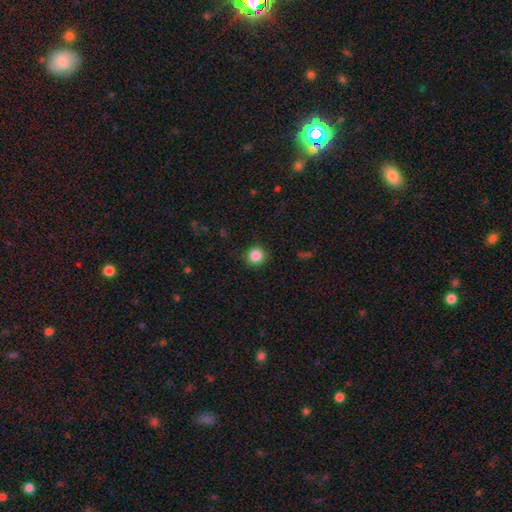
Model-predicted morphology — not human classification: Smooth or featured?
  - smooth: 86% *
  - star or artifact: 10%
  - featured or disk: 3%
How rounded?
  - round: 93% *
  - in between: 6%
  - cigar-shaped: 1%
Merging?
  - none: 89% *
  - minor disturbance: 8%
  - major disturbance: 2%
  - merger: 1%